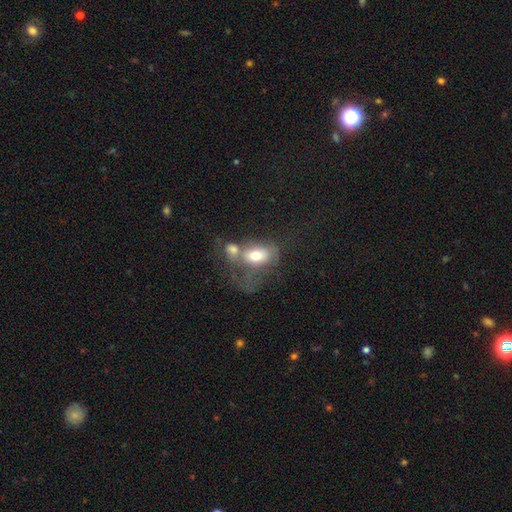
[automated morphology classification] Smooth or featured: smooth — 65% (featured or disk — 27%)
How rounded: in between — 80% (round — 18%)
Merging: merger — 55% (major disturbance — 22%)